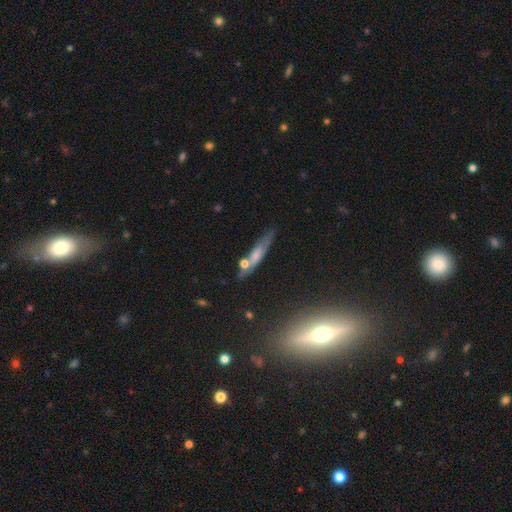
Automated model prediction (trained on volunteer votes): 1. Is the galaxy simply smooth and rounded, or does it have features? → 52% smooth, 36% featured or disk, 12% star or artifact.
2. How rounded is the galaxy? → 80% cigar-shaped, 16% in between, 4% round.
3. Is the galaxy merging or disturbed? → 60% none, 19% minor disturbance, 15% merger, 7% major disturbance.